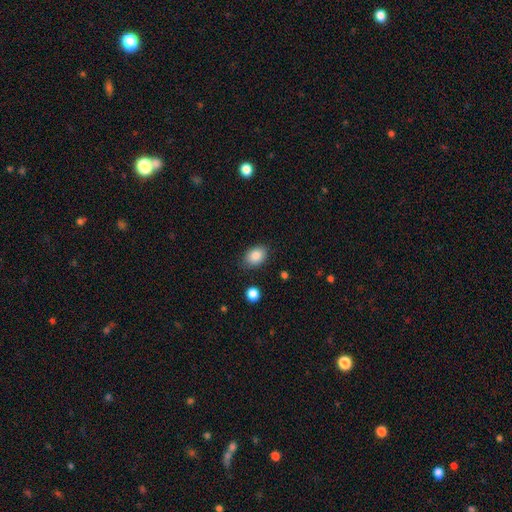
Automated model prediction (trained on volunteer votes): Smooth or featured? Predicted: smooth (p=0.86). How rounded? Predicted: in between (p=0.79). Merging? Predicted: none (p=0.83).